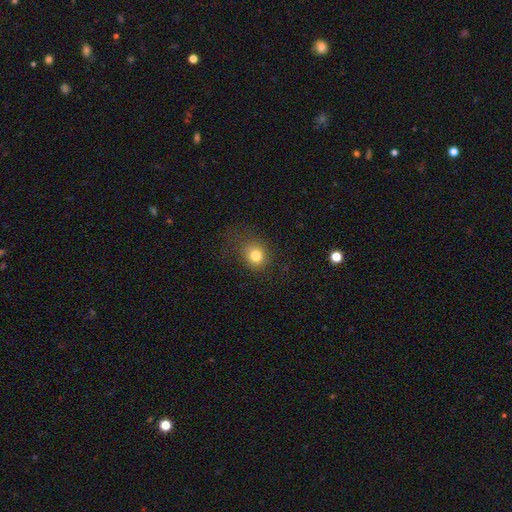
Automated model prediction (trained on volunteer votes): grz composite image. It shows a smooth galaxy with no disk features (80%) that is round (71%). Merging: none (71%).